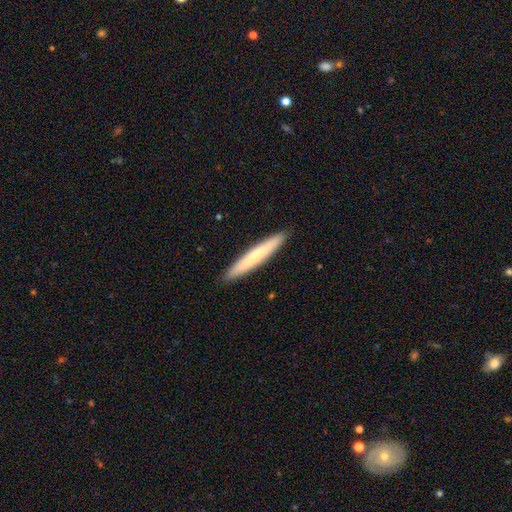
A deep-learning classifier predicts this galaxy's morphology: Smooth or featured? Predicted: smooth (p=0.61). How rounded? Predicted: cigar-shaped (p=0.95). Merging? Predicted: none (p=0.92).